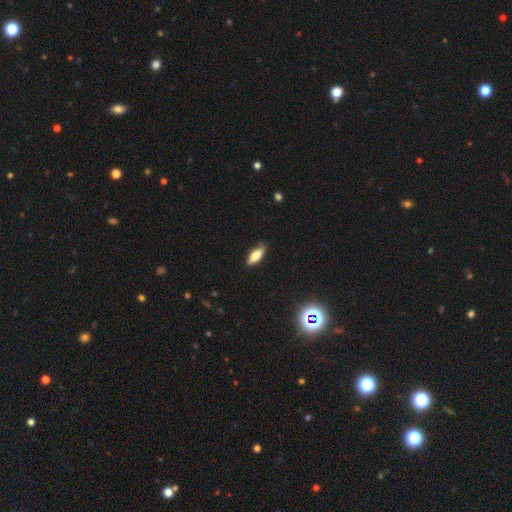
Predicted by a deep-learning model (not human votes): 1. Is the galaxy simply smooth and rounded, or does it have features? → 70% smooth, 22% featured or disk, 8% star or artifact.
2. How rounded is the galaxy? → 67% in between, 30% cigar-shaped, 2% round.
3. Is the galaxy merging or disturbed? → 84% none, 13% minor disturbance, 2% major disturbance, 1% merger.